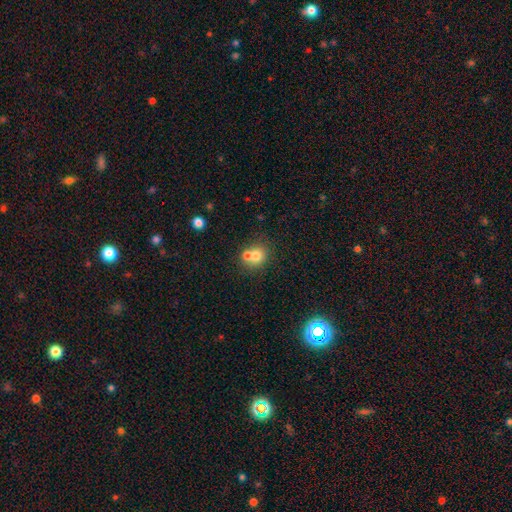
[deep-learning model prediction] smooth-or-featured: smooth: 72% | featured or disk: 16% | star or artifact: 12%
  how-rounded: round: 76% | in between: 23% | cigar-shaped: 1%
  merging: merger: 49% | none: 41% | minor disturbance: 7% | major disturbance: 3%